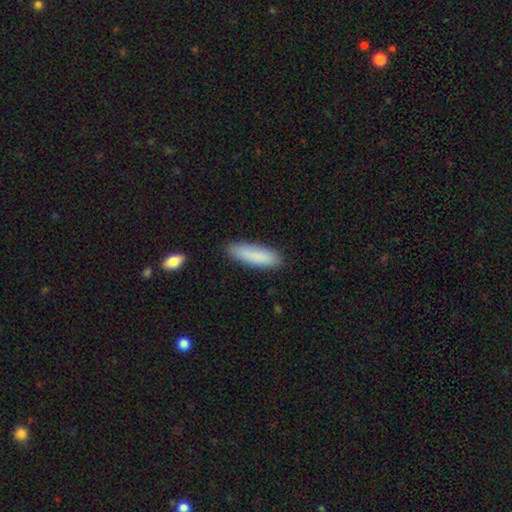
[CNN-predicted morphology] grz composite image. It shows a smooth galaxy with no disk features (86%) that is cigar-shaped (58%). Merging: none (84%).